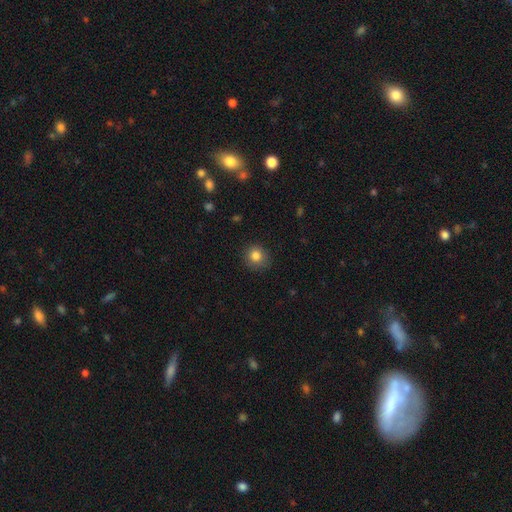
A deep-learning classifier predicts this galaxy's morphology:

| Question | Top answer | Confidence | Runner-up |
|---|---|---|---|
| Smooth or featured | smooth | 83% | star or artifact (11%) |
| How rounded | round | 89% | in between (10%) |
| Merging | none | 84% | minor disturbance (12%) |